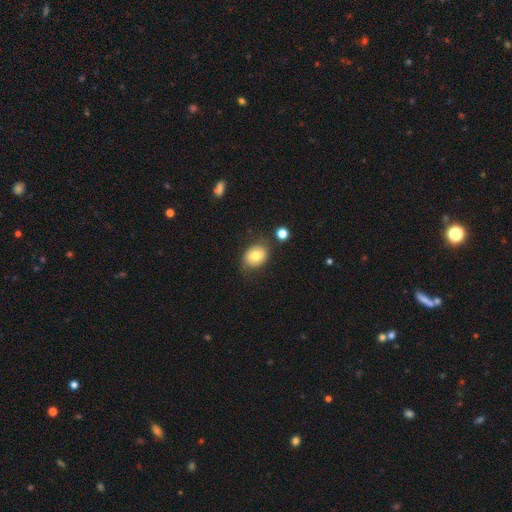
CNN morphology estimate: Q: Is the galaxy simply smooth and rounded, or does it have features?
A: smooth — 72%.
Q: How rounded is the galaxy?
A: in between — 54%.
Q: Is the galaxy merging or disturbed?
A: none — 72%.